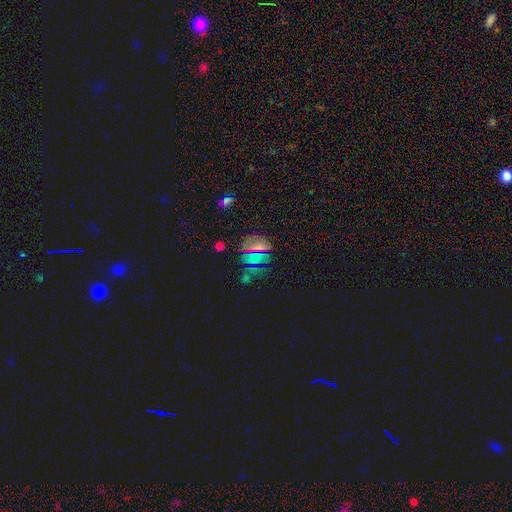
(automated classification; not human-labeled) This appears to be a smooth galaxy with no disk features (43%). Merging: none (65%).